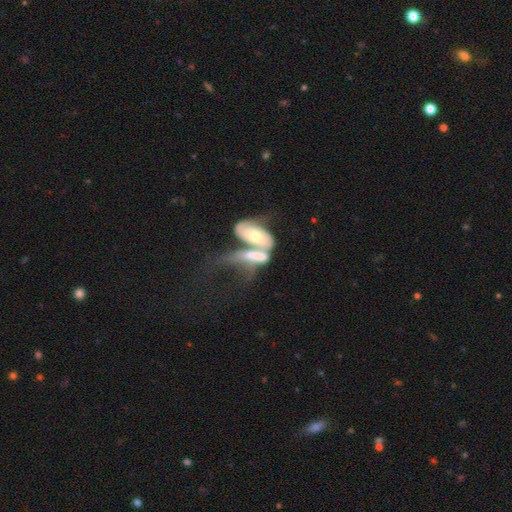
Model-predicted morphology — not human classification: smooth_or_featured: featured or disk (p=0.54) [alt: smooth p=0.38]
disk_edge_on: no (p=0.85) [alt: yes p=0.15]
merging: merger (p=0.71) [alt: major disturbance p=0.12]